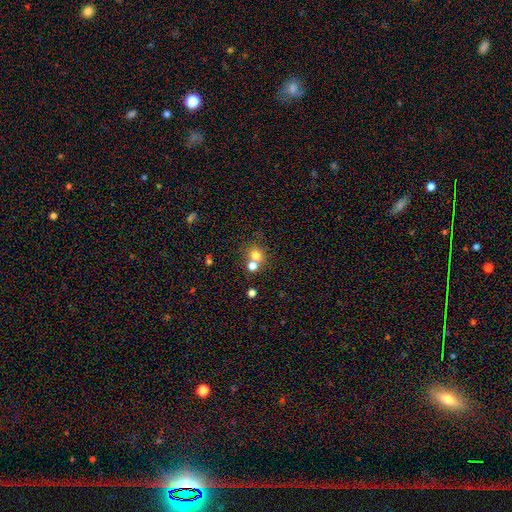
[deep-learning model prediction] smooth_or_featured: smooth (p=0.74) [alt: star or artifact p=0.14]
how_rounded: round (p=0.82) [alt: in between p=0.17]
merging: none (p=0.46) [alt: merger p=0.44]